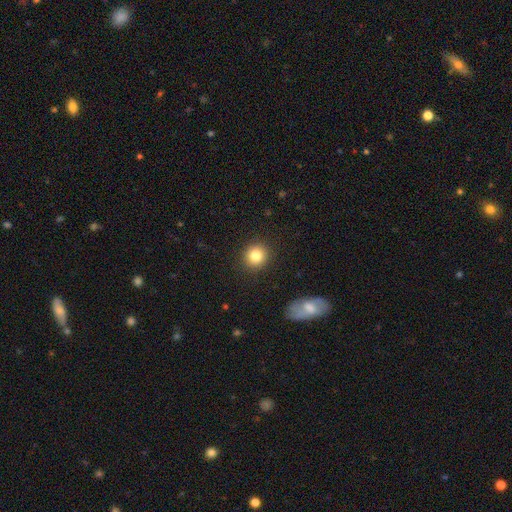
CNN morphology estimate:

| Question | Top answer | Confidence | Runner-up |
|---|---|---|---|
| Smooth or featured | smooth | 84% | star or artifact (10%) |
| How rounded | round | 89% | in between (10%) |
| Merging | none | 90% | minor disturbance (6%) |